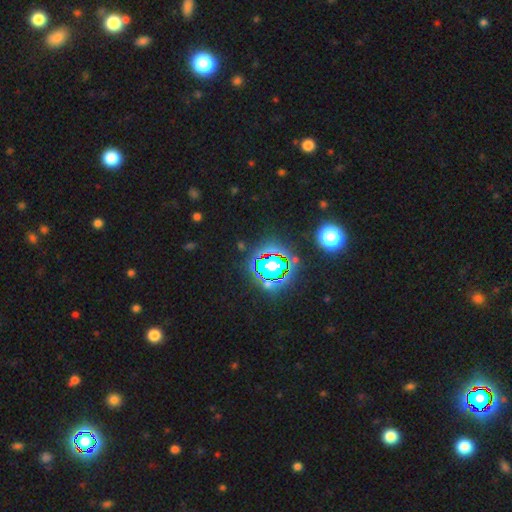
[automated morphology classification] This appears to be a star or artifact, not a galaxy (82%).